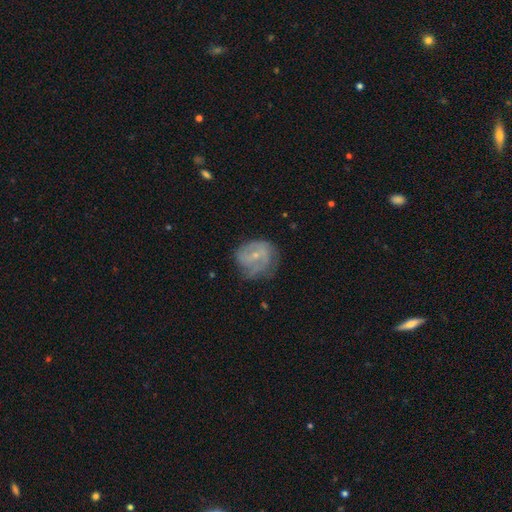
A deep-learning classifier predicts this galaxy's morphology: smooth-or-featured: featured or disk: 64% | smooth: 28% | star or artifact: 8%
  disk-edge-on: no: 97% | yes: 3%
    bar: no: 57% | weak: 35% | strong: 8%
    has-spiral-arms: yes: 78% | no: 22%
    bulge-size: small: 72% | moderate: 22% | none: 4% | large: 1% | dominant: 1%
  merging: none: 52% | minor disturbance: 28% | major disturbance: 18% | merger: 2%